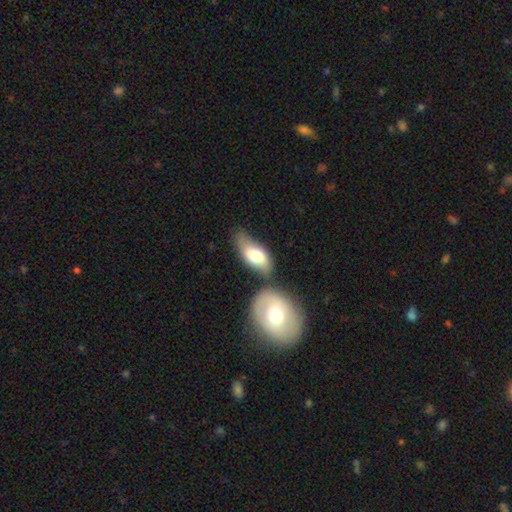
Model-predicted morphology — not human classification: Smooth or featured? smooth (70%)
How rounded? in between (89%)
Merging? none (44%)